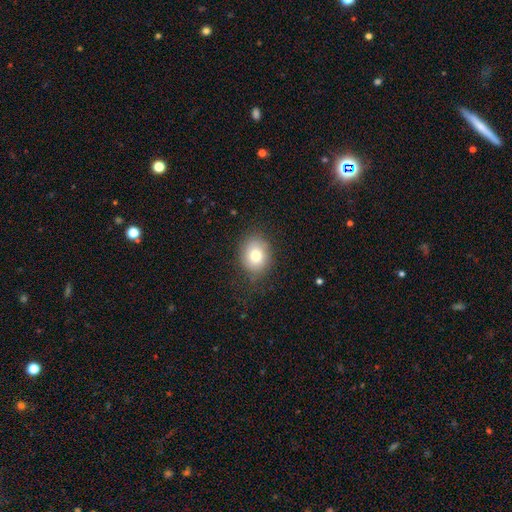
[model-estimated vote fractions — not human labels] A smooth galaxy with no disk features (76%) that is round (59%). Merging: none (76%).